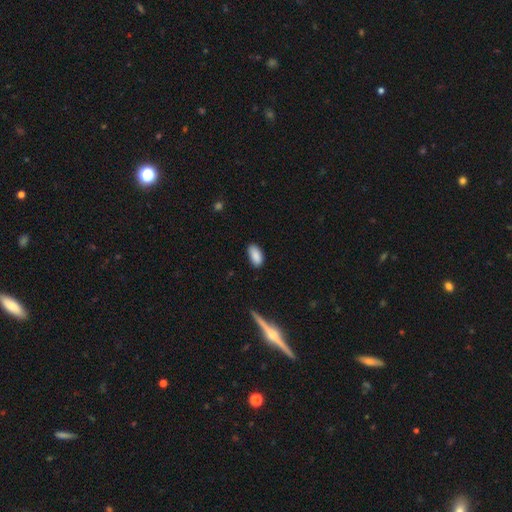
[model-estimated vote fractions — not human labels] smooth_or_featured: smooth (p=0.89) [alt: star or artifact p=0.07]
how_rounded: in between (p=0.93) [alt: cigar-shaped p=0.04]
merging: none (p=0.82) [alt: minor disturbance p=0.14]